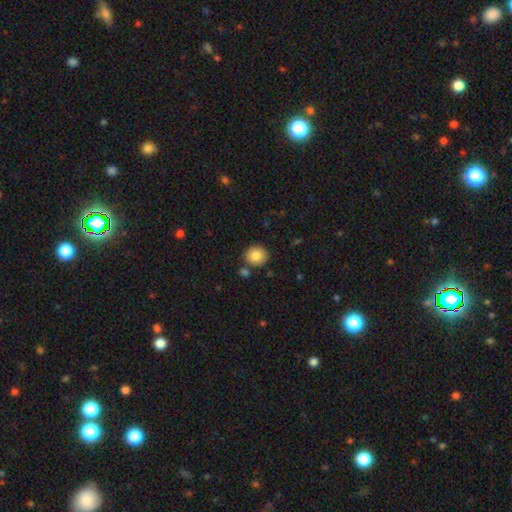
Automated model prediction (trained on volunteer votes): smooth 85%, star or artifact 8%, featured or disk 7%. Down the decision tree: how rounded — round (80%); merging — none (80%).